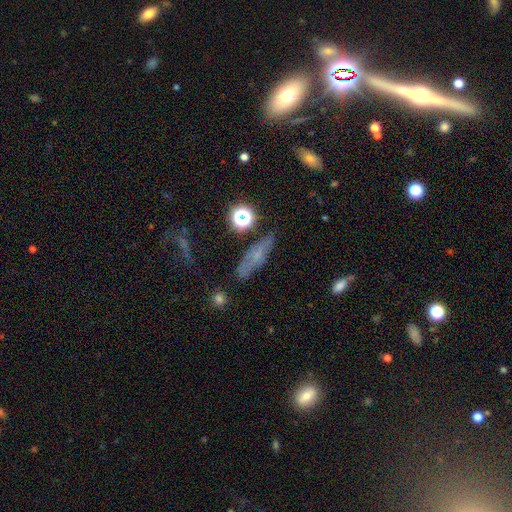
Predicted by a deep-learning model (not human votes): A smooth galaxy with no disk features (38%).

Vote fractions:
- Smooth or featured? smooth: 38% / featured or disk: 35% / star or artifact: 27%
- Merging? none: 68% / minor disturbance: 17% / major disturbance: 8% / merger: 6%